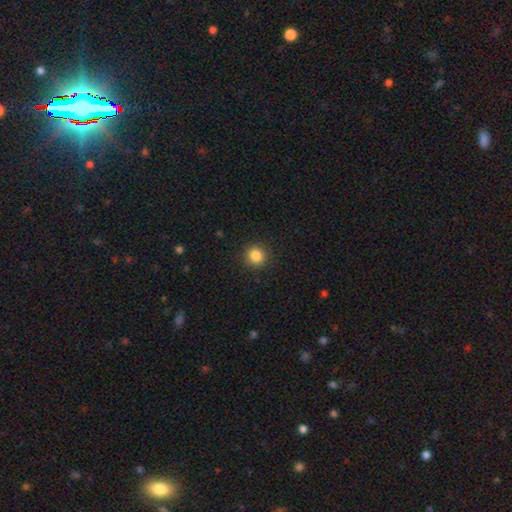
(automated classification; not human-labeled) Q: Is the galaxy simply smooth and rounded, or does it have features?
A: smooth — 85%.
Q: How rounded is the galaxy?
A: round — 92%.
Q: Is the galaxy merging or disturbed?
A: none — 91%.